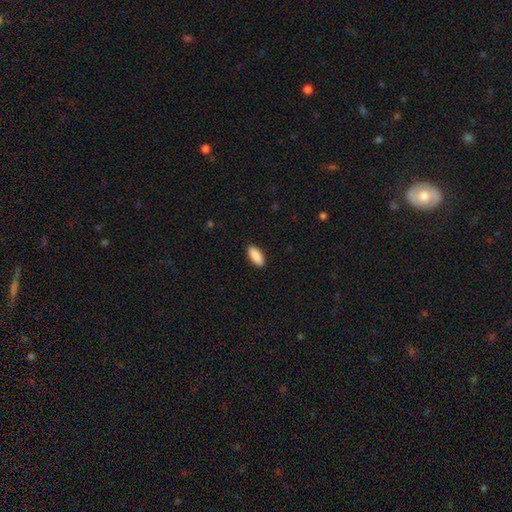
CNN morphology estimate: type=smooth (91%); roundness=in between (86%); merging=none (90%).